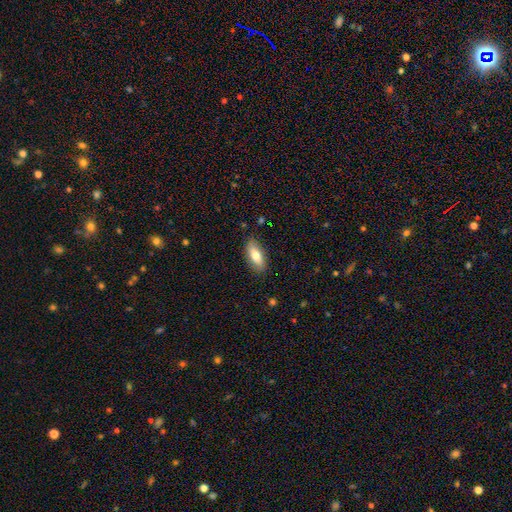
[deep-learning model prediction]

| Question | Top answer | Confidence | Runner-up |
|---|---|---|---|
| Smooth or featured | smooth | 73% | featured or disk (21%) |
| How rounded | in between | 80% | cigar-shaped (17%) |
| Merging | none | 85% | minor disturbance (11%) |